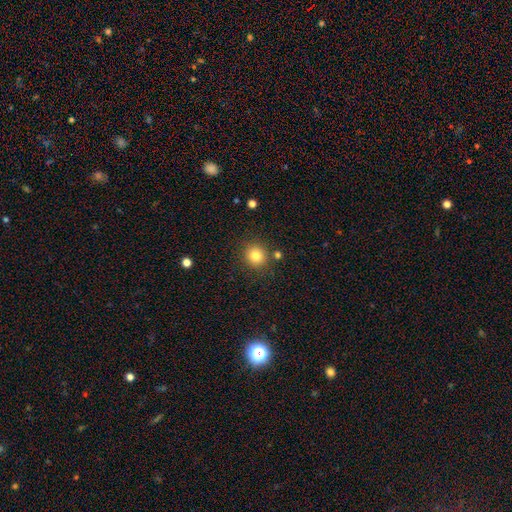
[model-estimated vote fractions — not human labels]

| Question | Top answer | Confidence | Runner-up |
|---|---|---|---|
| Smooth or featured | smooth | 82% | star or artifact (12%) |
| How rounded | round | 92% | in between (7%) |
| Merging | none | 86% | minor disturbance (7%) |